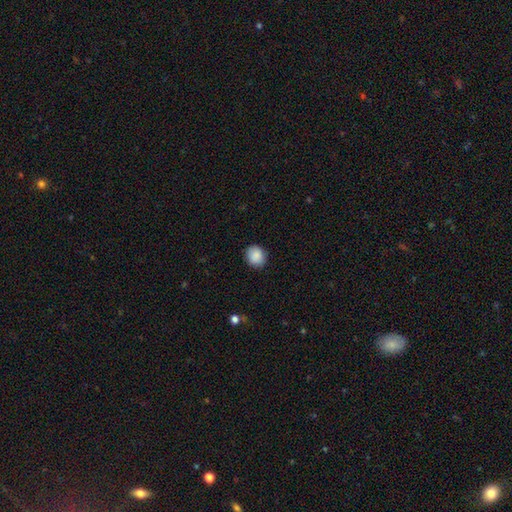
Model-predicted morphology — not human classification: Smooth or featured: smooth — 89% (star or artifact — 8%)
How rounded: round — 75% (in between — 24%)
Merging: none — 88% (minor disturbance — 9%)